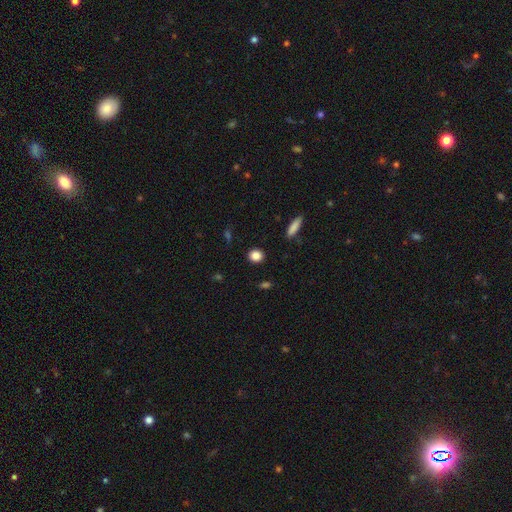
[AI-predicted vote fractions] smooth 86%, star or artifact 10%, featured or disk 4%. Down the decision tree: how rounded — round (74%); merging — none (90%).